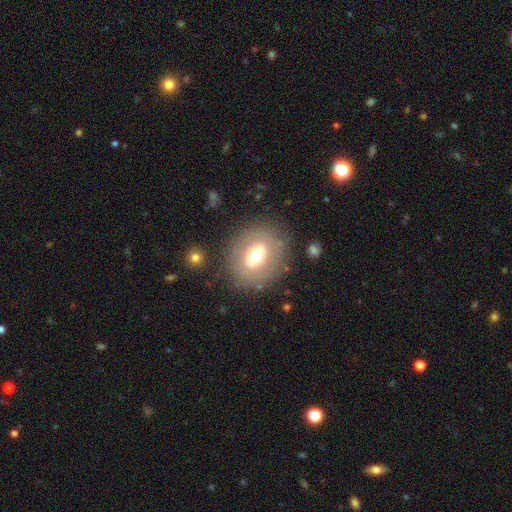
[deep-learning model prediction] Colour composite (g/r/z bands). It shows a smooth galaxy with no disk features (55%) that is round (61%). Merging: none (81%).